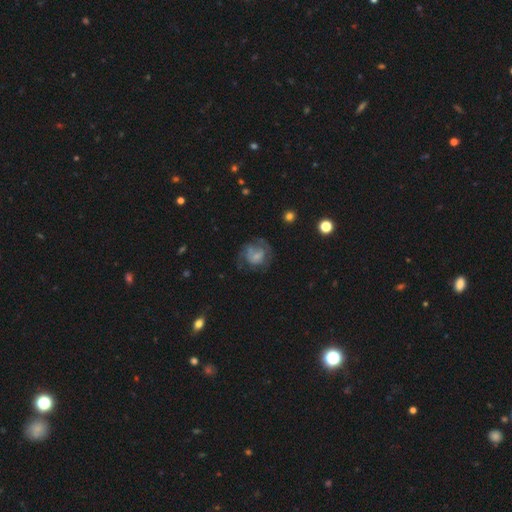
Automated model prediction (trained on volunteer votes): smooth_or_featured: featured or disk (p=0.52) [alt: smooth p=0.37]
disk_edge_on: no (p=0.98) [alt: yes p=0.02]
bar: no (p=0.67) [alt: weak p=0.27]
has_spiral_arms: yes (p=0.59) [alt: no p=0.41]
bulge_size: small (p=0.36) [alt: none p=0.32]
merging: none (p=0.48) [alt: major disturbance p=0.27]